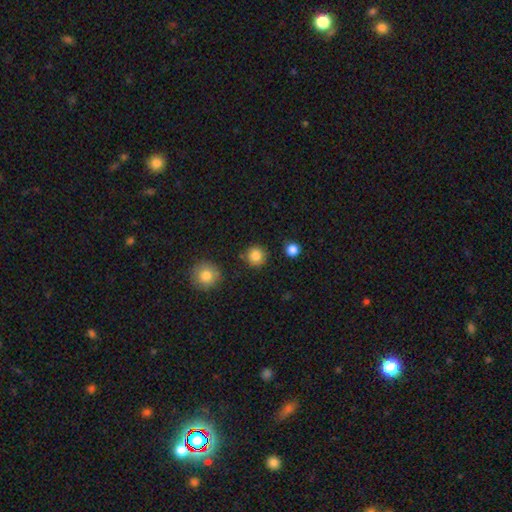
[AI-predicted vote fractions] Smooth or featured: smooth — 85% (star or artifact — 11%)
How rounded: round — 94% (in between — 5%)
Merging: none — 86% (minor disturbance — 8%)